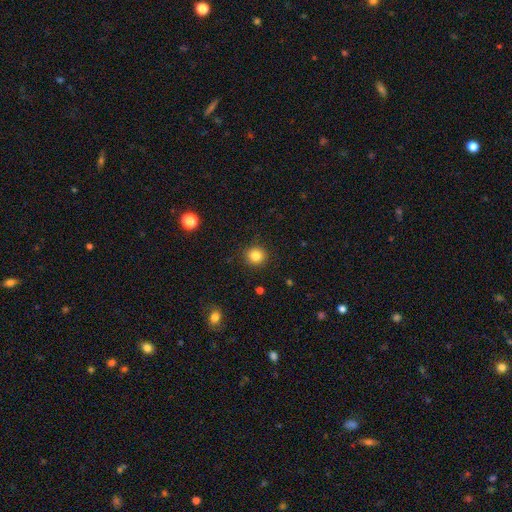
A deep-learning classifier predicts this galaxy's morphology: Overall: smooth (84%). How rounded: round (91%). Merging: none (90%).